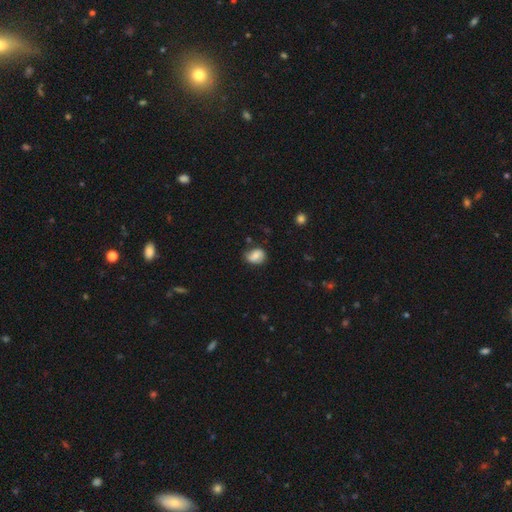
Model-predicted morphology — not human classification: smooth 66%, featured or disk 25%, star or artifact 9%. Down the decision tree: how rounded — in between (63%); merging — none (68%).